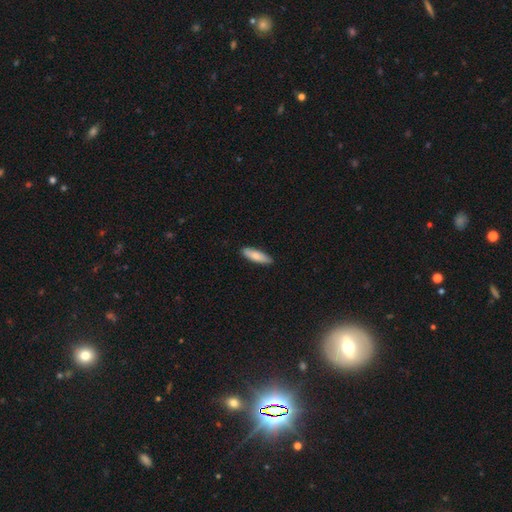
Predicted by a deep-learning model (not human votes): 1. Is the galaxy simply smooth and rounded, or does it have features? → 81% smooth, 14% featured or disk, 6% star or artifact.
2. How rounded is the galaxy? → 58% cigar-shaped, 41% in between, 2% round.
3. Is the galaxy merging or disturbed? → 89% none, 8% minor disturbance, 2% major disturbance, 1% merger.